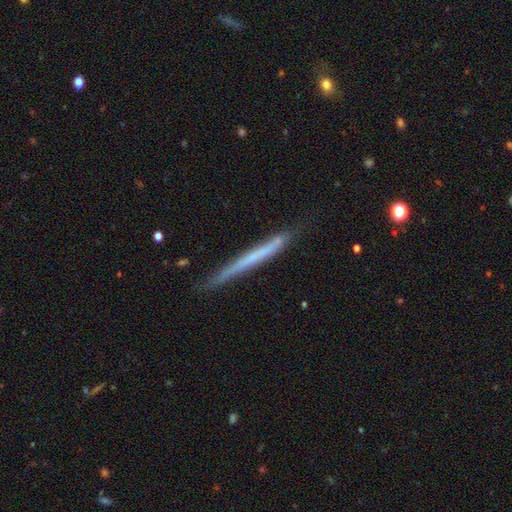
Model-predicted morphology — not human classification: Q: Smooth or featured?
A: featured or disk (51%); runner-up: smooth (43%)
Q: Edge-on disk?
A: yes (96%); runner-up: no (4%)
Q: Merging?
A: none (80%); runner-up: minor disturbance (16%)